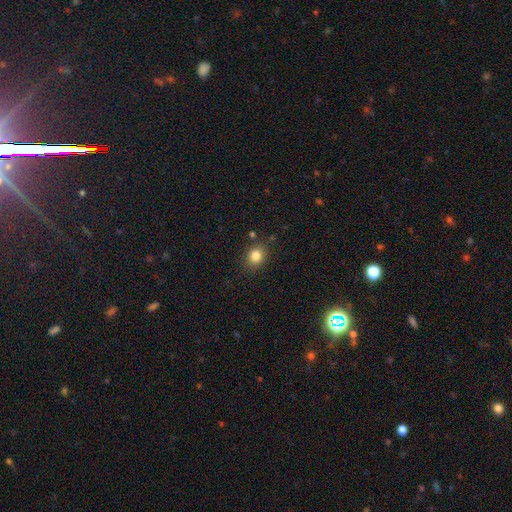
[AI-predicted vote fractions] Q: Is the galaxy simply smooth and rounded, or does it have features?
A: smooth — 83%.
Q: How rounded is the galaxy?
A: round — 65%.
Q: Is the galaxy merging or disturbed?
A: none — 82%.